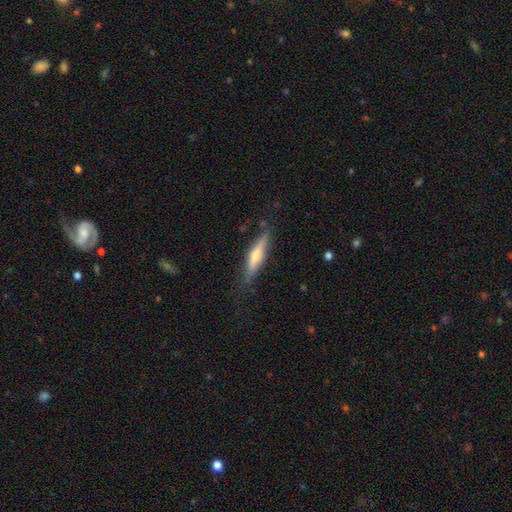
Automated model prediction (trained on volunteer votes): Overall: featured or disk (58%; smooth 36%). Edge-on disk: yes (94%). Edge-on bulge: rounded (81%). Merging: none (81%).